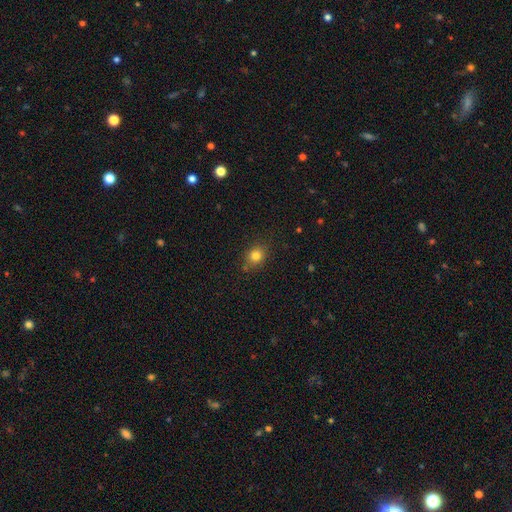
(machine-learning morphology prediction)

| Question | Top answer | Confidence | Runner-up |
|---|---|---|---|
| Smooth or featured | smooth | 80% | star or artifact (13%) |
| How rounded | round | 67% | in between (32%) |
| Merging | none | 82% | minor disturbance (12%) |